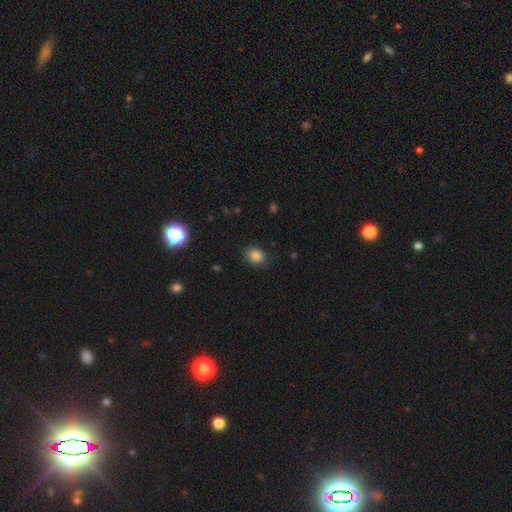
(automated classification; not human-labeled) A smooth galaxy with no disk features (85%) that is in between round and cigar-shaped (55%).

Vote fractions:
- Smooth or featured? smooth: 85% / star or artifact: 10% / featured or disk: 5%
- How rounded? in between: 55% / round: 44% / cigar-shaped: 1%
- Merging? none: 79% / minor disturbance: 16% / major disturbance: 4% / merger: 1%